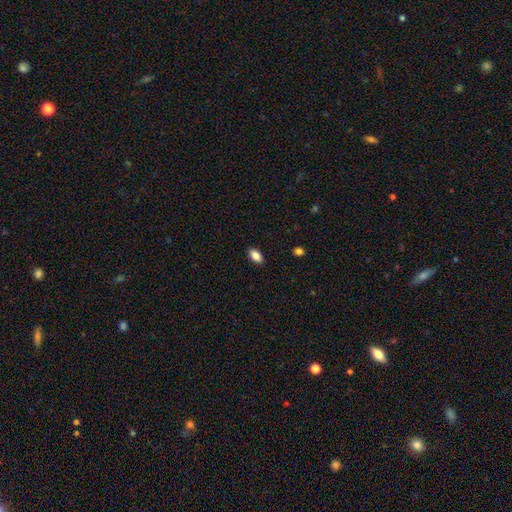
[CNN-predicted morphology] A smooth galaxy with no disk features (86%) that is in between round and cigar-shaped (91%). Merging: none (89%).